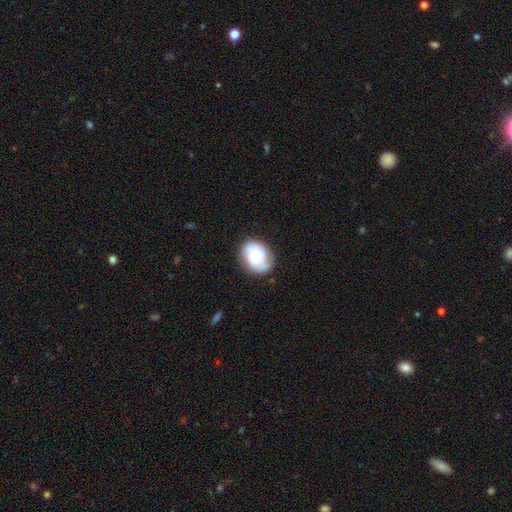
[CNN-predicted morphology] Q: Smooth or featured?
A: featured or disk (48%); runner-up: smooth (44%)
Q: Merging?
A: none (59%); runner-up: minor disturbance (24%)